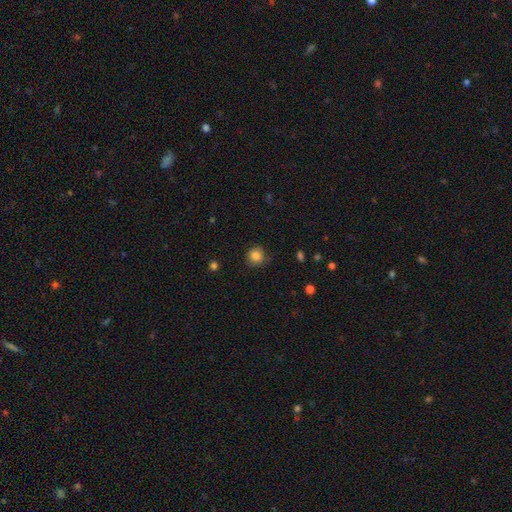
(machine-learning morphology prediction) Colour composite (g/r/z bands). It shows a smooth galaxy with no disk features (84%) that is round (86%). Merging: none (77%).